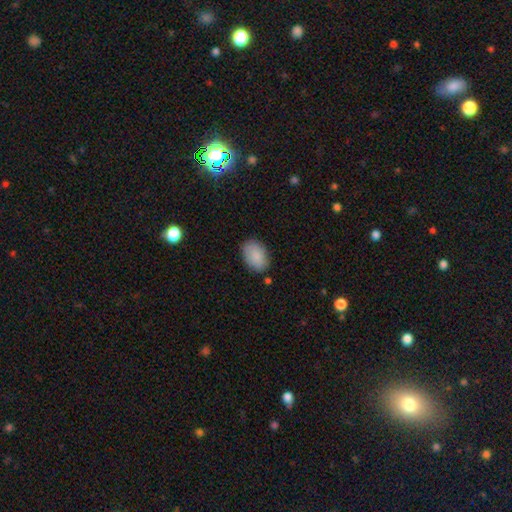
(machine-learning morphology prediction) The model was most divided on "merging": none: 82%, minor disturbance: 13%, major disturbance: 3%, merger: 2%. More confident: smooth or featured — smooth (87%); how rounded — in between (86%).